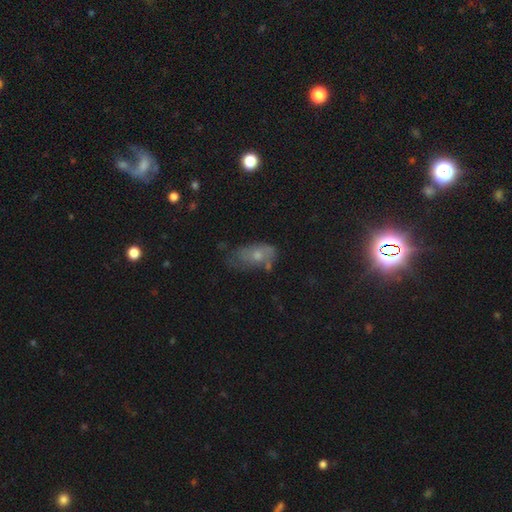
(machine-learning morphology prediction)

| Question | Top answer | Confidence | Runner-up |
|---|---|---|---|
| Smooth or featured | smooth | 49% | featured or disk (36%) |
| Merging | none | 45% | minor disturbance (32%) |